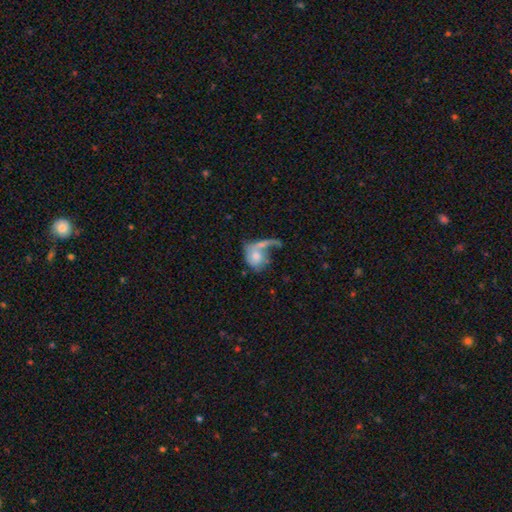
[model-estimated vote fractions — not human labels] featured or disk 51%, smooth 41%, star or artifact 8%. Down the decision tree: edge-on disk — no (96%); merging — major disturbance (39%).